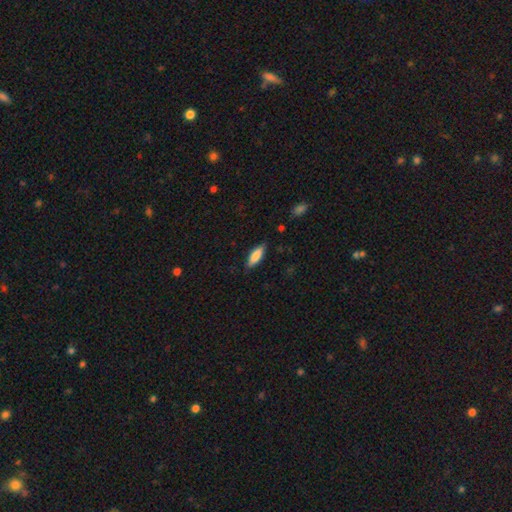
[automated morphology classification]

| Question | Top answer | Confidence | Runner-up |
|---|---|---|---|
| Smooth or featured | smooth | 81% | featured or disk (13%) |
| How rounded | in between | 58% | cigar-shaped (40%) |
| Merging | none | 85% | minor disturbance (12%) |